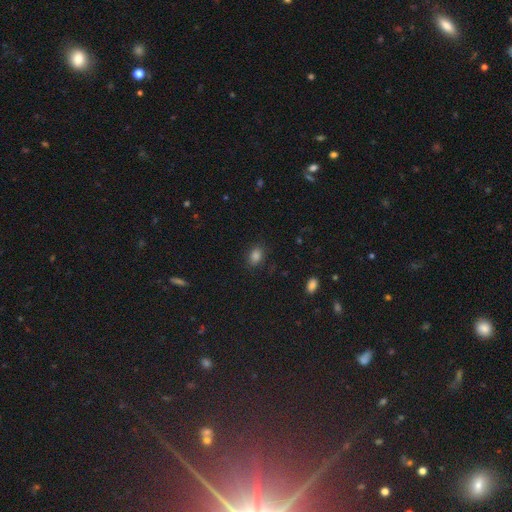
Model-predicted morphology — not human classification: Smooth or featured?
  - smooth: 82% *
  - star or artifact: 13%
  - featured or disk: 5%
How rounded?
  - in between: 73% *
  - round: 25%
  - cigar-shaped: 2%
Merging?
  - none: 85% *
  - minor disturbance: 11%
  - major disturbance: 3%
  - merger: 1%